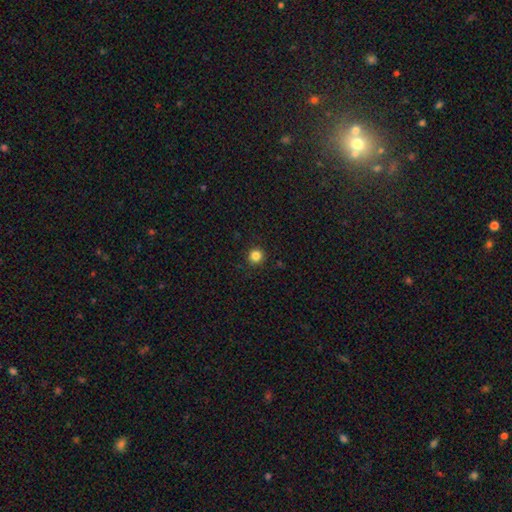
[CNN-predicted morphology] smooth 84%, star or artifact 12%, featured or disk 4%. Down the decision tree: how rounded — round (95%); merging — none (91%).